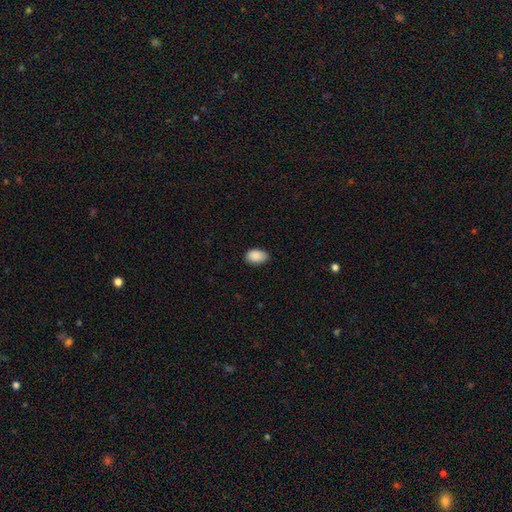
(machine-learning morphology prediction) This is clearly a smooth galaxy (90%). How rounded: clearly in between (90%). Merging: likely none (79%).